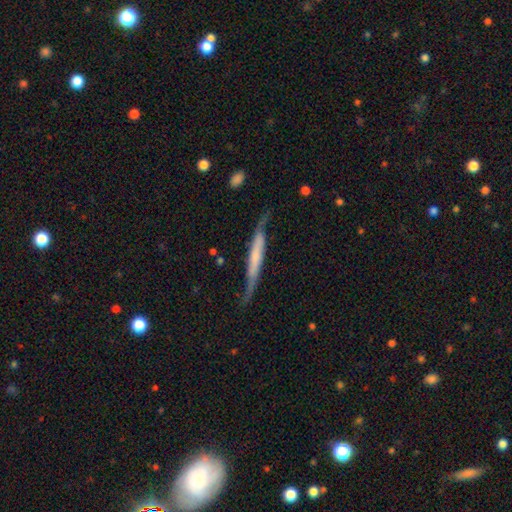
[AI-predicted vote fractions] This is likely a featured or disk galaxy (63%). It is likely viewed edge-on (75%). Merging: likely none (61%).